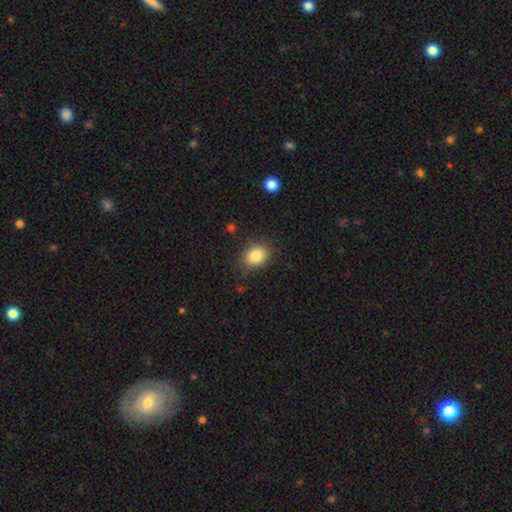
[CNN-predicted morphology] Smooth or featured? smooth (84%)
How rounded? round (52%)
Merging? none (82%)